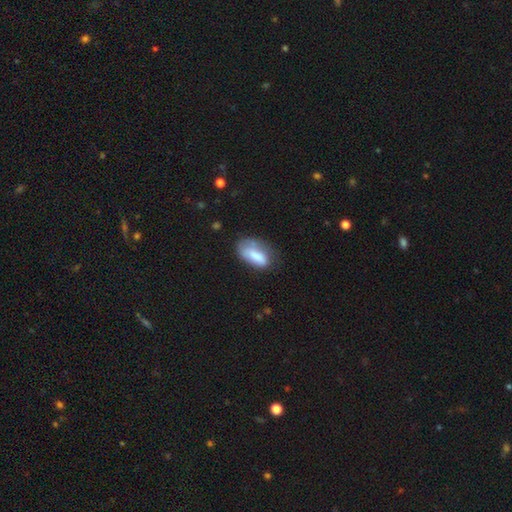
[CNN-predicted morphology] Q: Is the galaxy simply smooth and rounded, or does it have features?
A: smooth — 74%.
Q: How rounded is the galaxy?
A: in between — 87%.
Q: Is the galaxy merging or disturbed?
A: none — 43%.